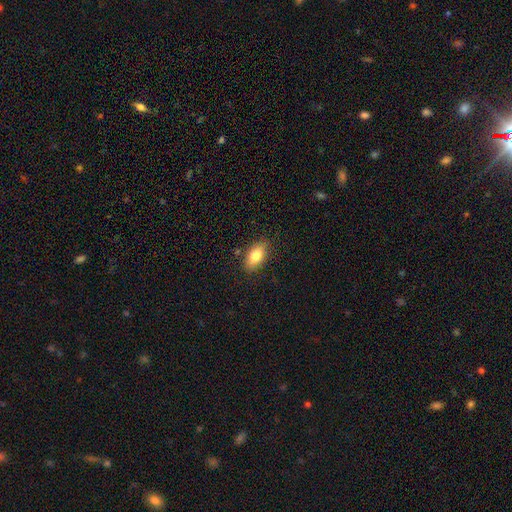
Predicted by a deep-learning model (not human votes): Smooth or featured?
  - smooth: 79% *
  - featured or disk: 14%
  - star or artifact: 8%
How rounded?
  - in between: 89% *
  - round: 6%
  - cigar-shaped: 5%
Merging?
  - none: 85% *
  - minor disturbance: 11%
  - major disturbance: 2%
  - merger: 2%